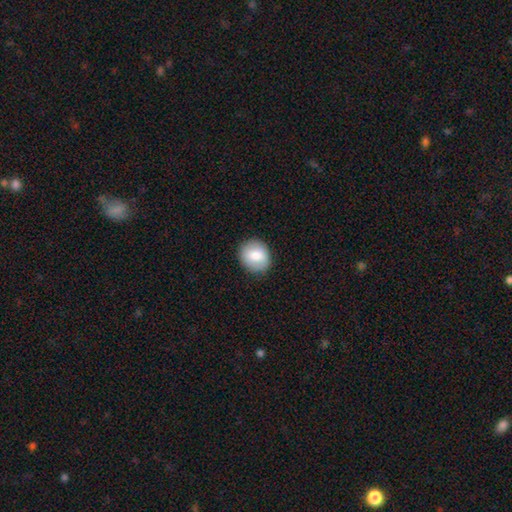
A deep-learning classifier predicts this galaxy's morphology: A smooth galaxy with no disk features (78%) that is round (74%).

Vote fractions:
- Smooth or featured? smooth: 78% / featured or disk: 14% / star or artifact: 7%
- How rounded? round: 74% / in between: 25% / cigar-shaped: 1%
- Merging? none: 87% / minor disturbance: 10% / major disturbance: 2% / merger: 1%